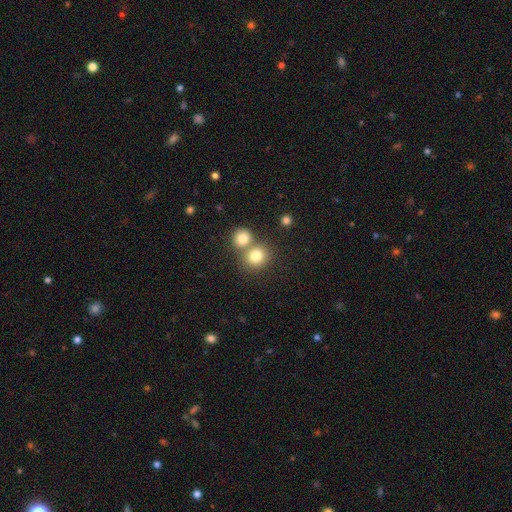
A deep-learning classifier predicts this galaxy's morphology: type=smooth (79%); roundness=round (80%); merging=none (51%).